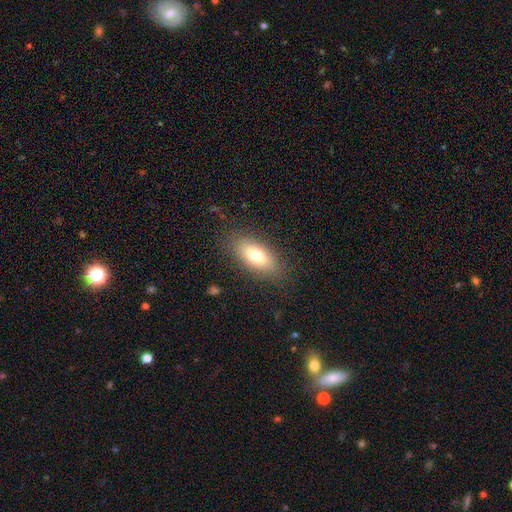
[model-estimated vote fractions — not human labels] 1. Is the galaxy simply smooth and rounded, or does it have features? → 71% smooth, 20% featured or disk, 9% star or artifact.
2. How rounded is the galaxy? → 81% in between, 14% cigar-shaped, 5% round.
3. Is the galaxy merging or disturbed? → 84% none, 11% minor disturbance, 4% major disturbance, 1% merger.